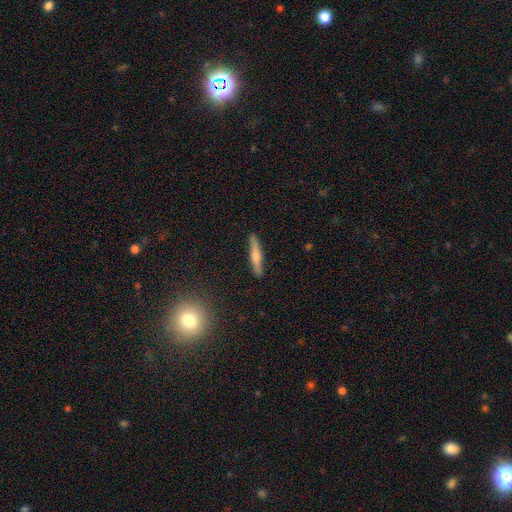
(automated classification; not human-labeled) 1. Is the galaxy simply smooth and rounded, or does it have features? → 50% smooth, 44% featured or disk, 7% star or artifact.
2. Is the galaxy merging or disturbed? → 88% none, 9% minor disturbance, 2% major disturbance, 1% merger.